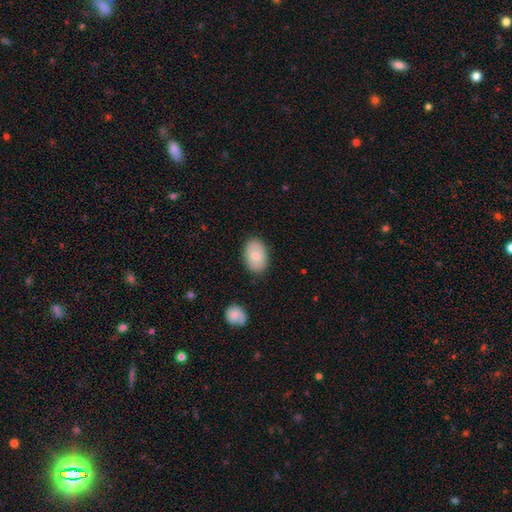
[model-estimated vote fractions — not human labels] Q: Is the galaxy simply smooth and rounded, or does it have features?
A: smooth — 79%.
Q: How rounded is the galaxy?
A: in between — 87%.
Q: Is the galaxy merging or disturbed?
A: none — 86%.